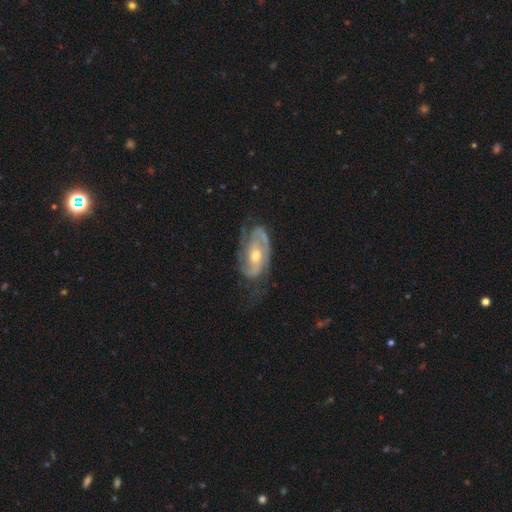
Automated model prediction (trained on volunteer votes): Smooth or featured? featured or disk (87%)
Edge-on disk? no (95%)
Bar? no (48%)
Spiral arms? yes (95%)
Spiral winding? tight (42%, tied with medium)
Spiral arm count? 2 (73%)
Bulge size? moderate (66%)
Merging? none (63%)